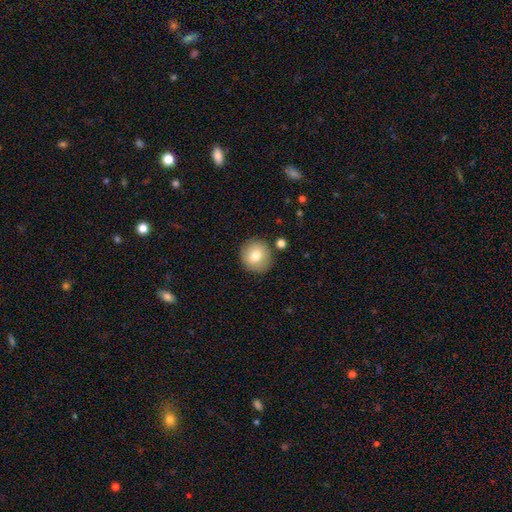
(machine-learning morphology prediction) A smooth galaxy with no disk features (78%) that is round (93%). Merging: none (85%).